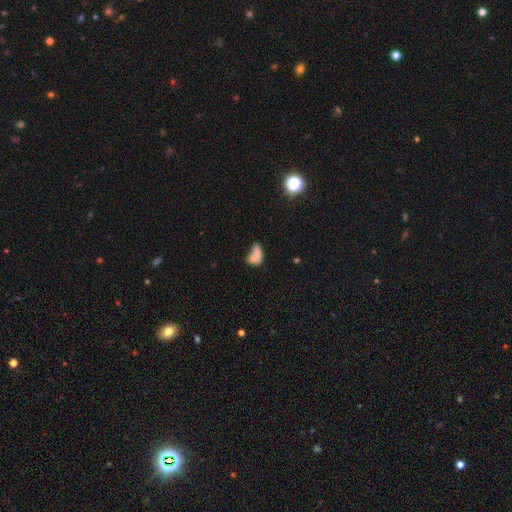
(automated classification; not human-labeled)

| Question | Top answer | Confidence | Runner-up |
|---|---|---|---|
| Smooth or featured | smooth | 69% | featured or disk (20%) |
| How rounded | in between | 77% | round (18%) |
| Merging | merger | 58% | none (21%) |